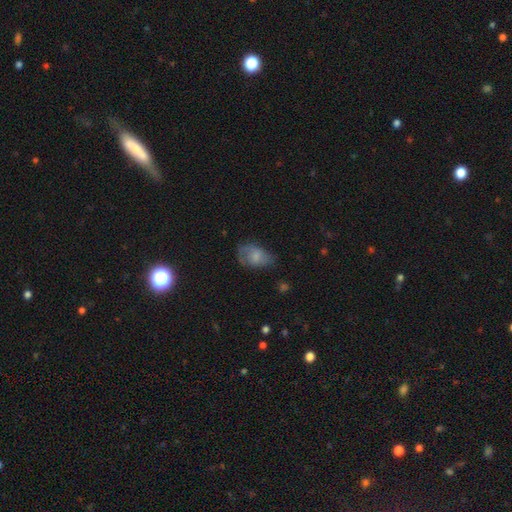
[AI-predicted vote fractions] Smooth or featured? smooth (65%)
How rounded? in between (87%)
Merging? none (48%)